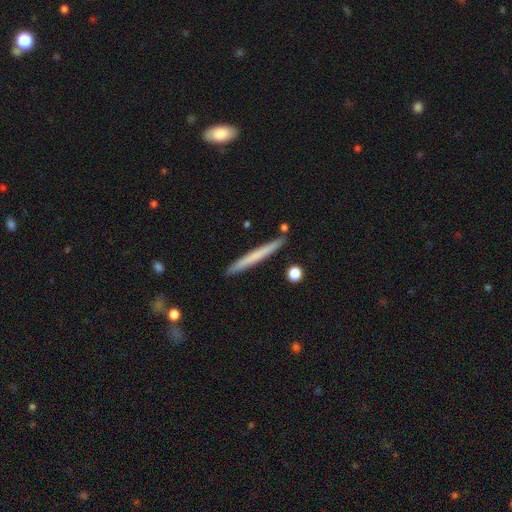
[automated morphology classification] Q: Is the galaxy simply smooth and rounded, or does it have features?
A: smooth — 60%.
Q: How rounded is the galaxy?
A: cigar-shaped — 97%.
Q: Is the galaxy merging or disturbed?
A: none — 89%.